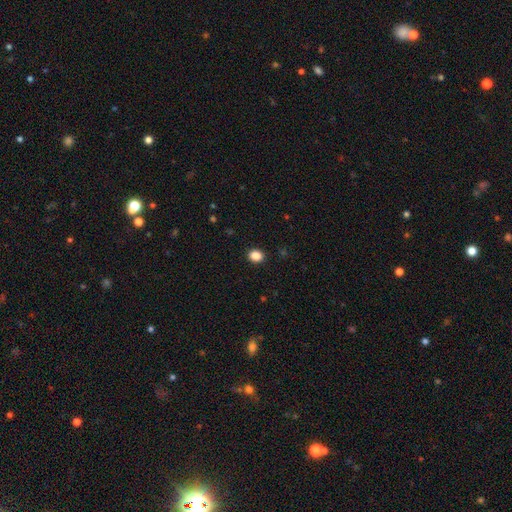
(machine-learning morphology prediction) Smooth or featured: smooth — 87% (star or artifact — 10%)
How rounded: round — 55% (in between — 44%)
Merging: none — 91% (minor disturbance — 6%)